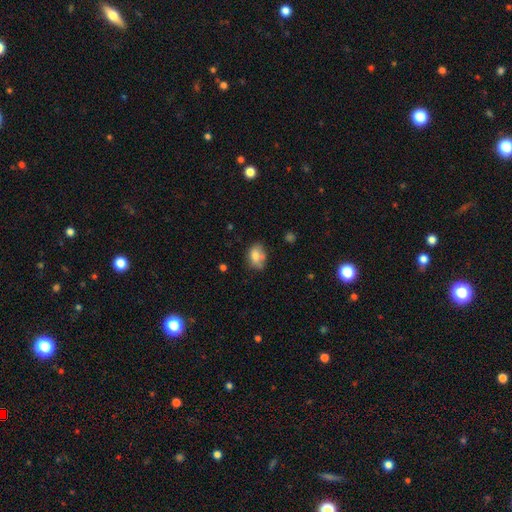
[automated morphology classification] Smooth or featured? smooth (75%)
How rounded? in between (73%)
Merging? none (53%)